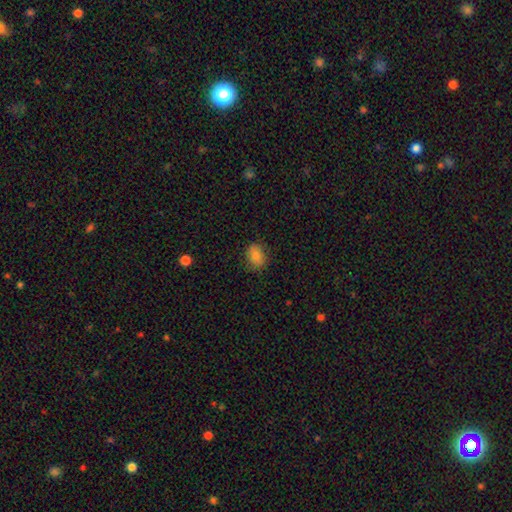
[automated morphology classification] A smooth galaxy with no disk features (84%) that is in between round and cigar-shaped (63%).

Vote fractions:
- Smooth or featured? smooth: 84% / star or artifact: 9% / featured or disk: 7%
- How rounded? in between: 63% / round: 36% / cigar-shaped: 1%
- Merging? none: 81% / minor disturbance: 14% / major disturbance: 3% / merger: 1%